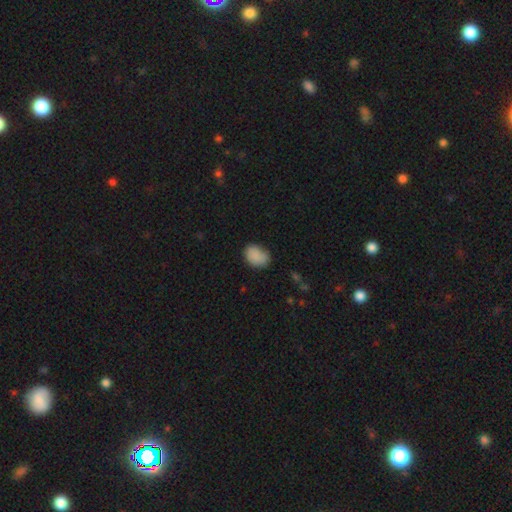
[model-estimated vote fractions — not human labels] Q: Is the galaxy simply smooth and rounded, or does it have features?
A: smooth — 86%.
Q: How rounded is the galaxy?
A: in between — 70%.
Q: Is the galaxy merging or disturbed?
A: none — 66%.